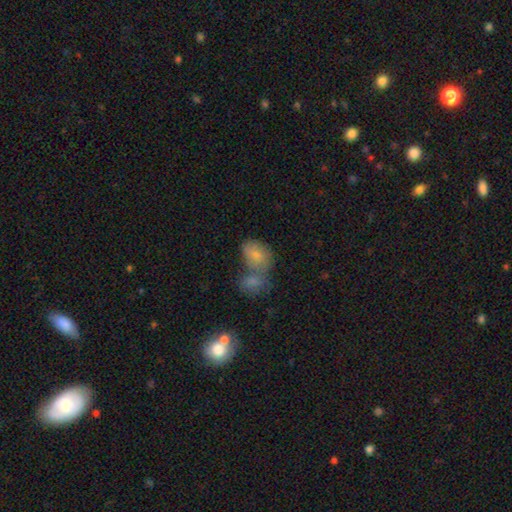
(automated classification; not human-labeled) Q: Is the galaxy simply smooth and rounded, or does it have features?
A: smooth — 75%.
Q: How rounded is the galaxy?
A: in between — 76%.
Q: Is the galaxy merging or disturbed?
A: merger — 60%.